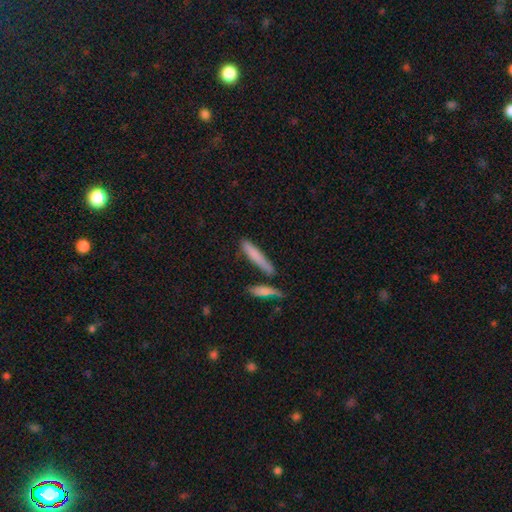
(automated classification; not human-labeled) This appears to be a smooth galaxy with no disk features (75%) that is cigar-shaped (89%). Merging: none (66%).